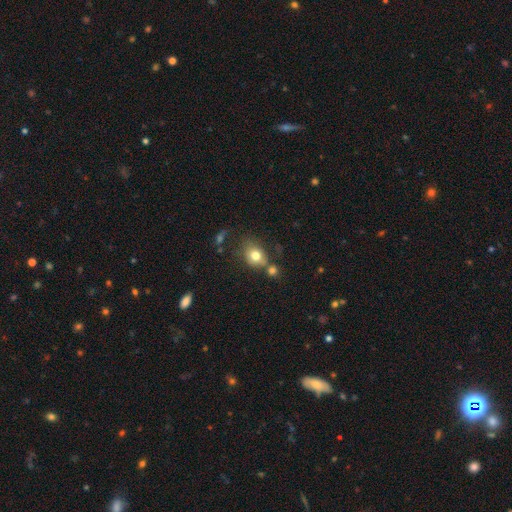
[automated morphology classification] Smooth or featured?
  - smooth: 78% *
  - featured or disk: 12%
  - star or artifact: 10%
How rounded?
  - round: 53% *
  - in between: 46%
  - cigar-shaped: 1%
Merging?
  - none: 48% *
  - merger: 24%
  - minor disturbance: 19%
  - major disturbance: 9%